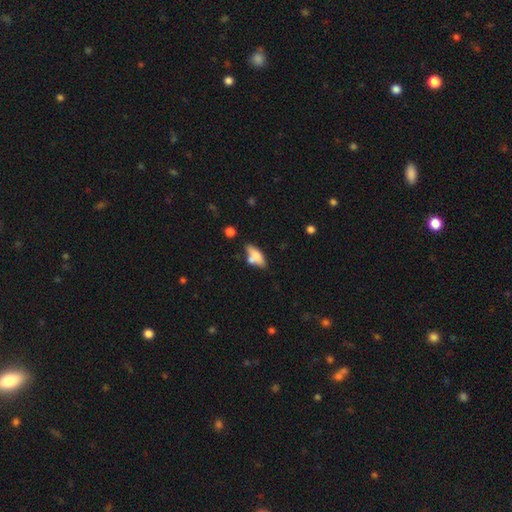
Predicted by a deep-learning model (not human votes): The model was most divided on "smooth or featured": smooth: 59%, featured or disk: 33%, star or artifact: 7%. More confident: how rounded — in between (67%); merging — none (51%).